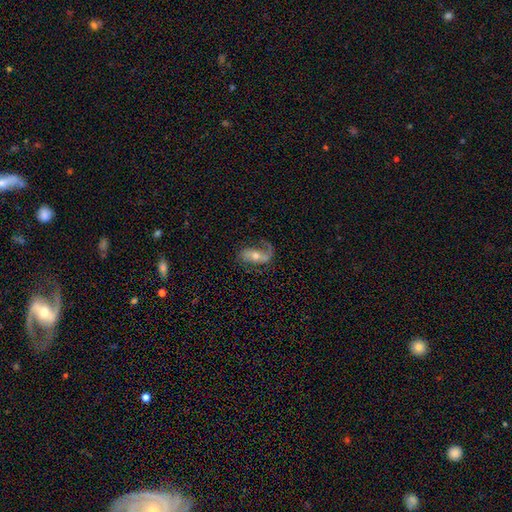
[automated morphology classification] A featured or disk galaxy (75%) with no bar (42%), 2 (65%) loose (49%) spiral arms (91%) and a moderate central bulge (63%). Merging: none (60%).